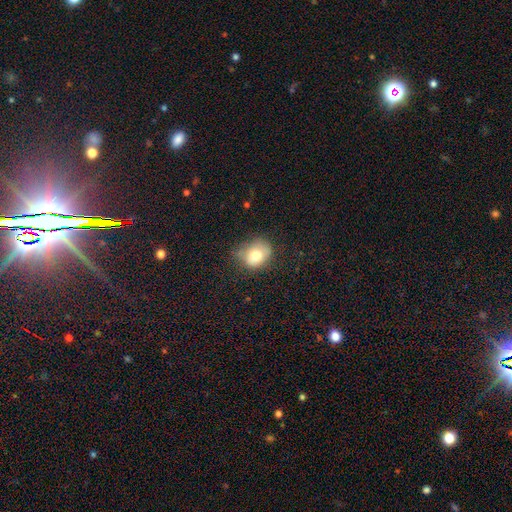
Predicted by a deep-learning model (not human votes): A smooth galaxy with no disk features (77%) that is round (56%).

Vote fractions:
- Smooth or featured? smooth: 77% / featured or disk: 14% / star or artifact: 9%
- How rounded? round: 56% / in between: 43% / cigar-shaped: 1%
- Merging? none: 53% / minor disturbance: 34% / major disturbance: 11% / merger: 2%